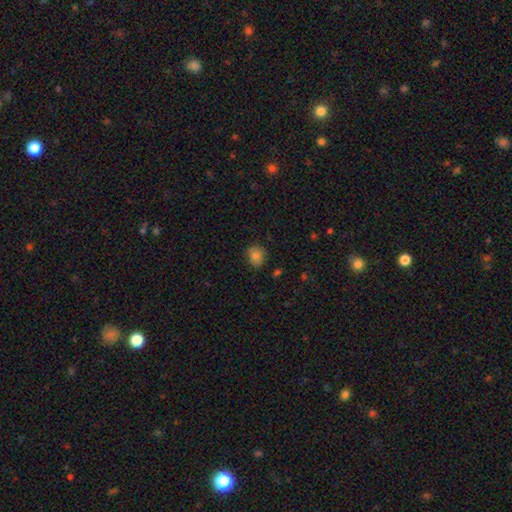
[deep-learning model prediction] This appears to be a smooth galaxy with no disk features (82%) that is round (71%). Merging: none (76%).